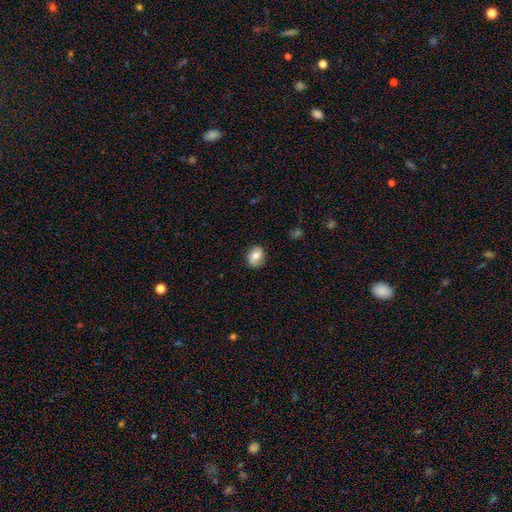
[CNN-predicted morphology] A smooth galaxy with no disk features (68%) that is in between round and cigar-shaped (51%). Merging: none (81%).